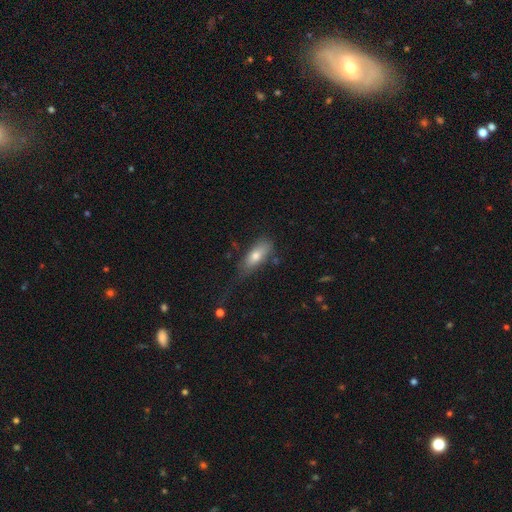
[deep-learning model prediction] smooth 73%, featured or disk 19%, star or artifact 7%. Down the decision tree: how rounded — in between (74%); merging — none (52%).